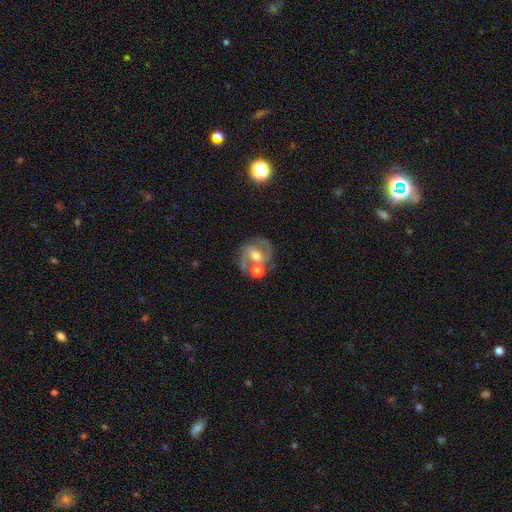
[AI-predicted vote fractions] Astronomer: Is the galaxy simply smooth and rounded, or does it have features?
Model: featured or disk — 78%.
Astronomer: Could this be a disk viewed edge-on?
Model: no — 97%.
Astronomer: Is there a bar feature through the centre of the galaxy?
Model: weak — 44% (runner-up: no, 36%).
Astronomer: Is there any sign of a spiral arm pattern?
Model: yes — 93%.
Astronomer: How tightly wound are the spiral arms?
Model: medium — 57%.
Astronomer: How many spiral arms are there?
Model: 2 — 87%.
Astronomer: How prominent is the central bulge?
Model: moderate — 67%.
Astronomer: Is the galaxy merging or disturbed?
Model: none — 58%.